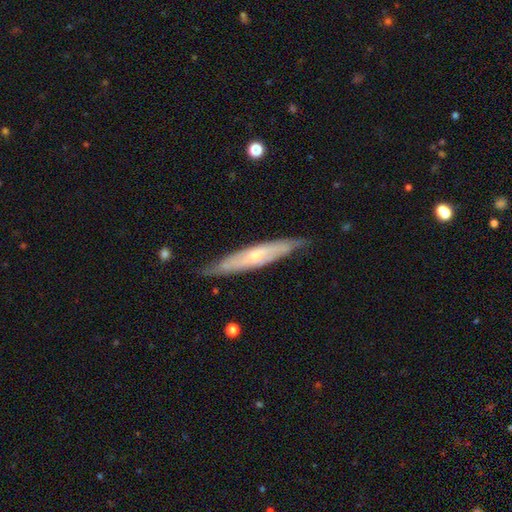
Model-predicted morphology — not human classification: This appears to be a featured or disk galaxy (62%) viewed edge-on (69%). Merging: none (78%).